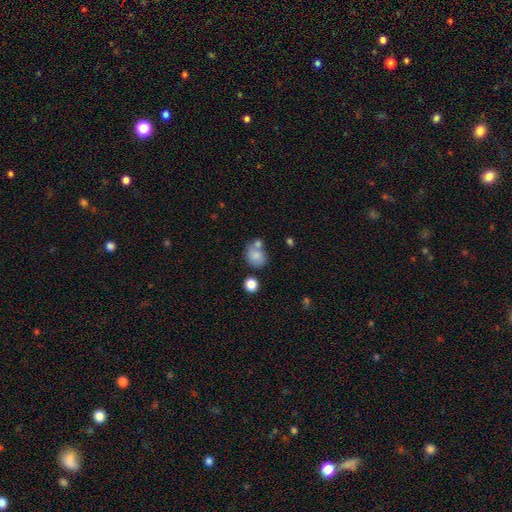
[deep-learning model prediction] smooth 81%, featured or disk 10%, star or artifact 10%. Down the decision tree: how rounded — round (56%); merging — none (45%).